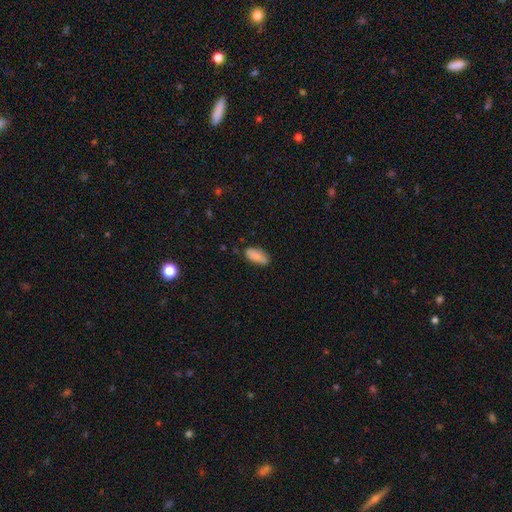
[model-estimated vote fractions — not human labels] Smooth or featured: smooth — 84% (featured or disk — 9%)
How rounded: in between — 88% (cigar-shaped — 10%)
Merging: none — 70% (minor disturbance — 22%)